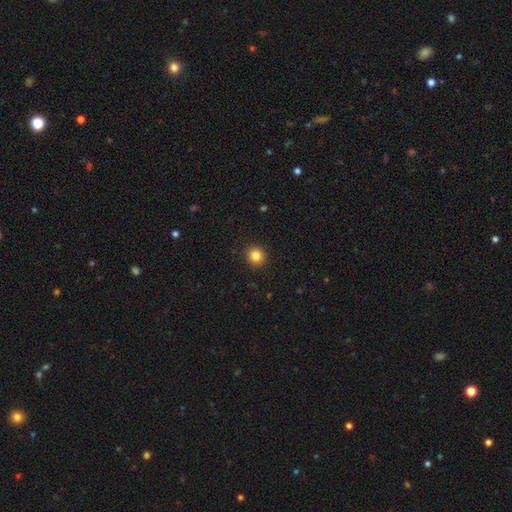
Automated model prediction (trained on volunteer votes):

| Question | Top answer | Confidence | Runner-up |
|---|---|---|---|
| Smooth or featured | smooth | 83% | star or artifact (11%) |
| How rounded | round | 91% | in between (8%) |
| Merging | none | 93% | minor disturbance (5%) |